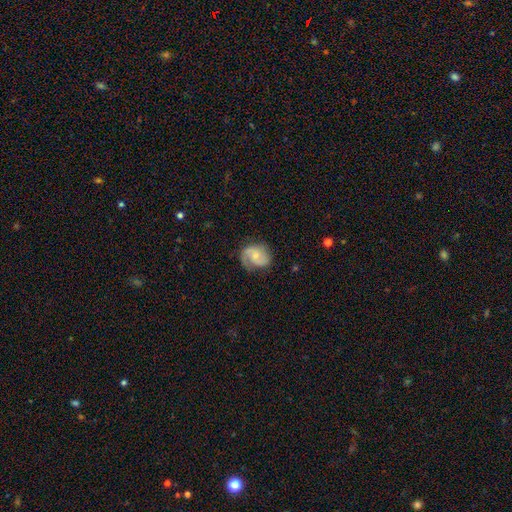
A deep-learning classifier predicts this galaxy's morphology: smooth-or-featured: featured or disk: 73% | smooth: 21% | star or artifact: 6%
  disk-edge-on: no: 98% | yes: 2%
    bar: no: 61% | weak: 33% | strong: 5%
    has-spiral-arms: yes: 94% | no: 6%
      spiral-winding: medium: 48% | tight: 27% | loose: 25%
      spiral-arm-count: 2: 77% | 1: 11% | can't tell: 7% | 3: 3% | 4: 1% | more than 4: 1%
    bulge-size: small: 57% | moderate: 33% | none: 8% | large: 2% | dominant: 1%
  merging: none: 68% | minor disturbance: 21% | major disturbance: 9% | merger: 1%